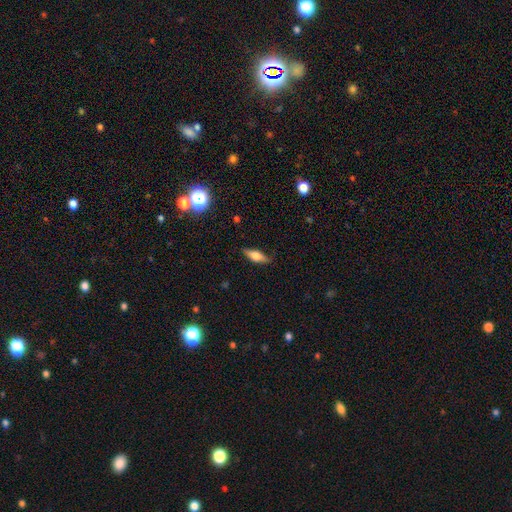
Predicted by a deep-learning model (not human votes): Smooth or featured: smooth — 51% (featured or disk — 41%)
How rounded: in between — 51% (cigar-shaped — 46%)
Merging: none — 85% (minor disturbance — 12%)